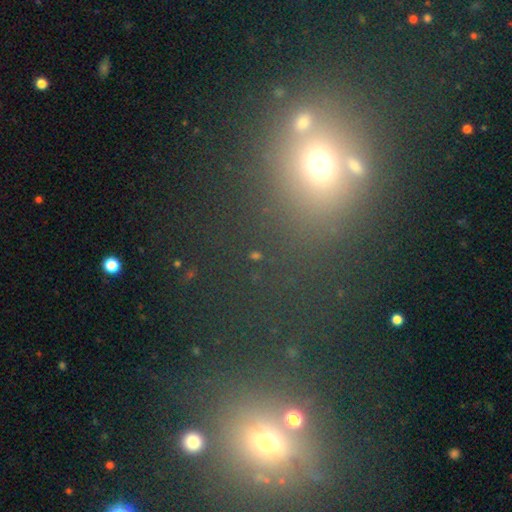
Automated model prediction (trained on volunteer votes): smooth-or-featured: smooth: 49% | star or artifact: 40% | featured or disk: 11%
  merging: none: 73% | merger: 12% | minor disturbance: 9% | major disturbance: 6%